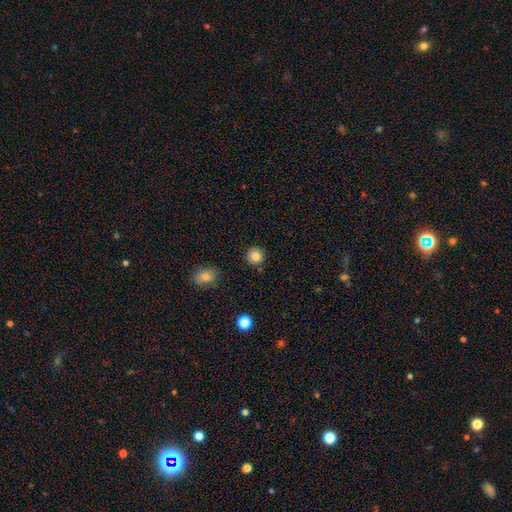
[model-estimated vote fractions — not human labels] Morphology: type=smooth (84%); roundness=round (93%); merging=none (89%).